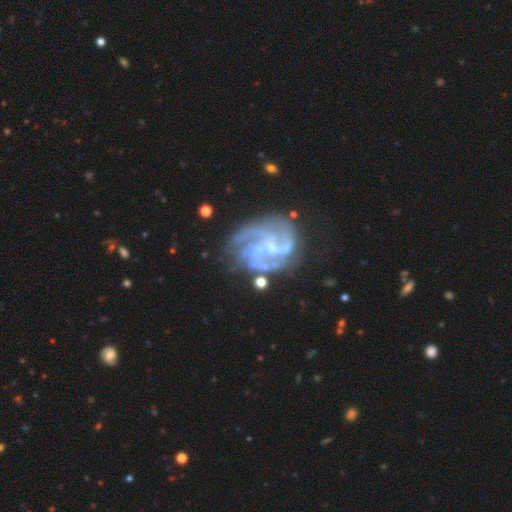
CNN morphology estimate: This is clearly a featured or disk galaxy (87%). It is clearly not viewed edge-on (98%). Bar: possibly no (49%). Spiral arm pattern: clearly yes (94%). Spiral arm count: marginally 3 (35%). Spiral winding: marginally medium (45%). Central bulge: possibly small (54%). Merging: possibly none (59%).